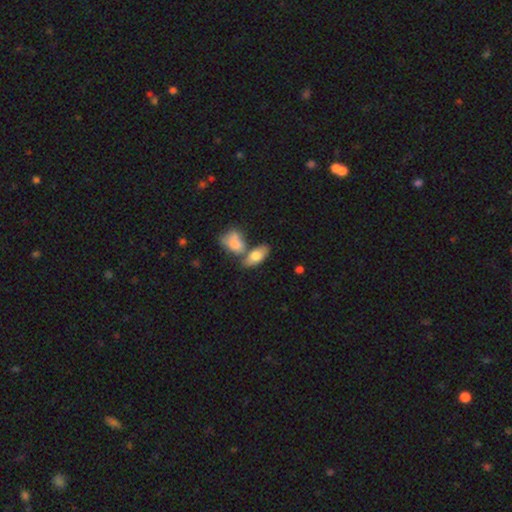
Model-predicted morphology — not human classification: smooth_or_featured: smooth (p=0.73) [alt: featured or disk p=0.21]
how_rounded: in between (p=0.87) [alt: cigar-shaped p=0.08]
merging: none (p=0.49) [alt: merger p=0.33]